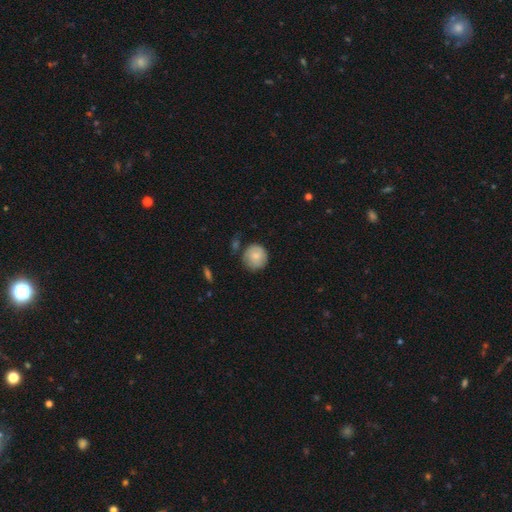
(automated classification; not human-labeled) Smooth or featured: smooth — 80% (featured or disk — 13%)
How rounded: round — 92% (in between — 7%)
Merging: none — 72% (minor disturbance — 19%)